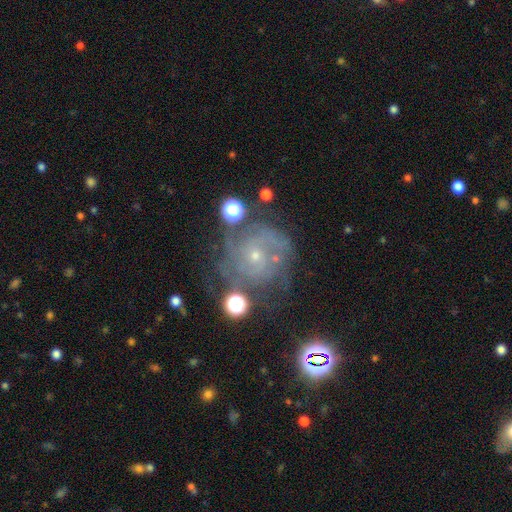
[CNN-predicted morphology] featured or disk 76%, star or artifact 13%, smooth 11%. Down the decision tree: edge-on disk — no (97%); bar — no (74%); spiral arms — yes (91%); spiral arm count — can't tell (38%); spiral winding — tight (62%); bulge size — small (79%); merging — none (64%).